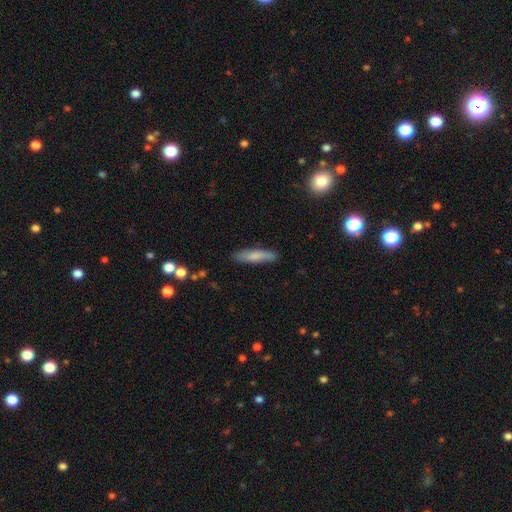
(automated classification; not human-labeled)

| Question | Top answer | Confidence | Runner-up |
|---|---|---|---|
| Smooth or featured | smooth | 75% | featured or disk (18%) |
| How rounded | cigar-shaped | 79% | in between (20%) |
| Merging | none | 84% | minor disturbance (12%) |